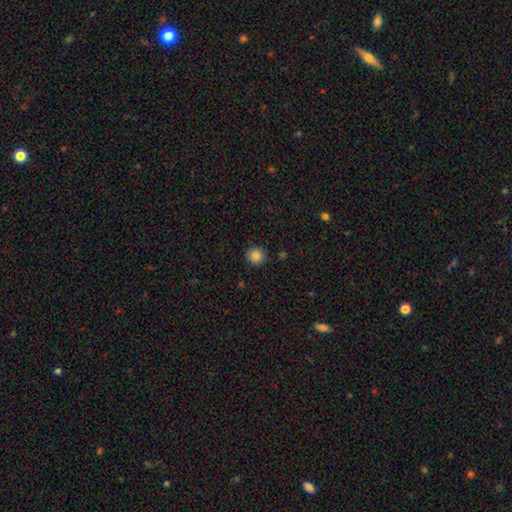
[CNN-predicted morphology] The model was most divided on "smooth or featured": smooth: 84%, star or artifact: 11%, featured or disk: 5%. More confident: how rounded — round (92%); merging — none (89%).